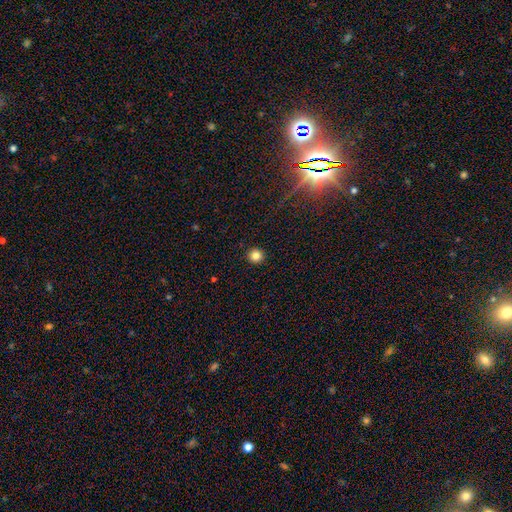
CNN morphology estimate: Smooth or featured: smooth — 82% (star or artifact — 13%)
How rounded: round — 95% (in between — 4%)
Merging: none — 93% (minor disturbance — 4%)